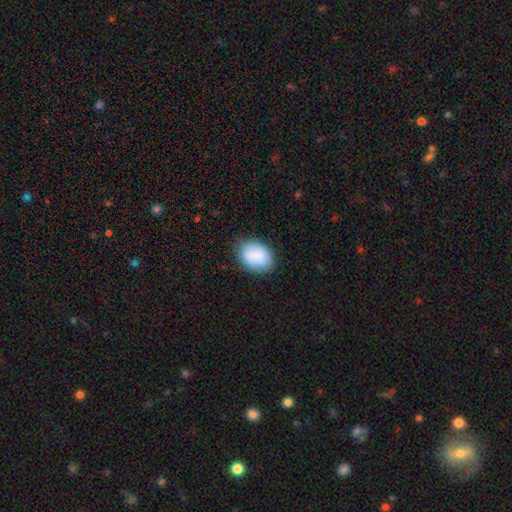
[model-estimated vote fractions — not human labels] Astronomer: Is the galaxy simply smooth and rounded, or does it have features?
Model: smooth — 85%.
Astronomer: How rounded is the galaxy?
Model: in between — 75%.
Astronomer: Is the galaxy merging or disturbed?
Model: none — 80%.